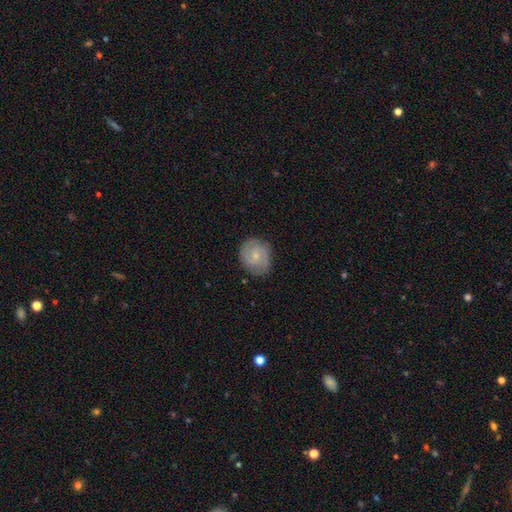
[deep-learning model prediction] Q: Smooth or featured?
A: featured or disk (53%); runner-up: smooth (40%)
Q: Edge-on disk?
A: no (98%); runner-up: yes (2%)
Q: Bar?
A: no (60%); runner-up: weak (35%)
Q: Spiral arms?
A: yes (88%); runner-up: no (12%)
Q: Bulge size?
A: small (67%); runner-up: moderate (27%)
Q: Merging?
A: none (82%); runner-up: minor disturbance (14%)